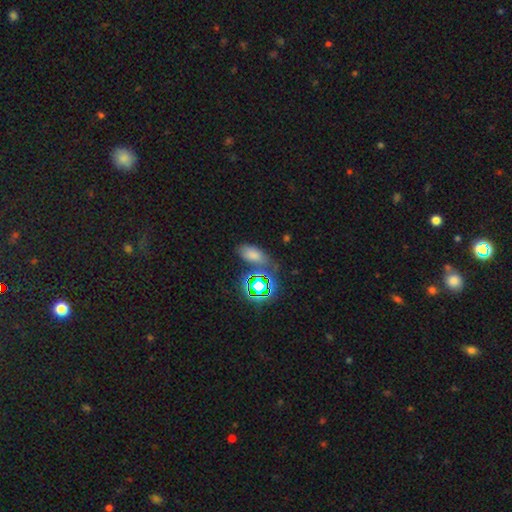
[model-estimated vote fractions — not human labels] smooth 57%, star or artifact 32%, featured or disk 11%. Down the decision tree: how rounded — in between (83%); merging — none (62%).